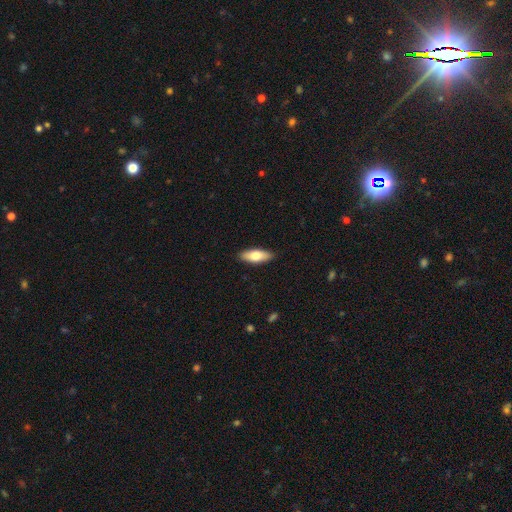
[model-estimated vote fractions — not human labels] smooth-or-featured: smooth: 72% | featured or disk: 22% | star or artifact: 6%
  how-rounded: in between: 69% | cigar-shaped: 29% | round: 2%
  merging: none: 89% | minor disturbance: 8% | major disturbance: 2% | merger: 1%